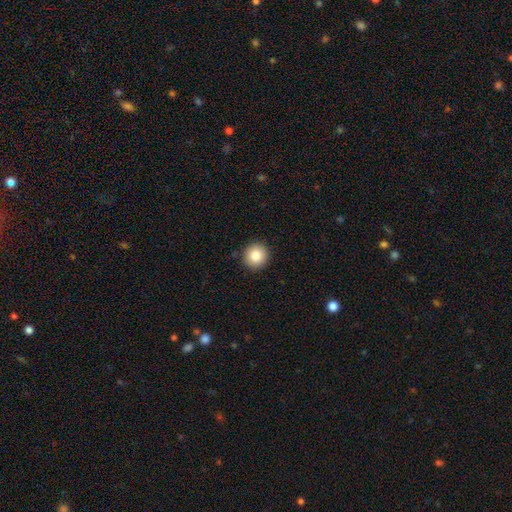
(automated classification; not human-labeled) Smooth or featured? Predicted: smooth (p=0.83). How rounded? Predicted: round (p=0.95). Merging? Predicted: none (p=0.92).